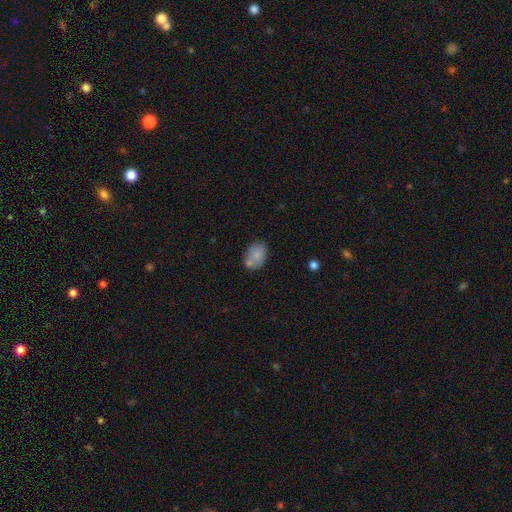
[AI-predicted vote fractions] The model was most divided on "merging": none: 56%, merger: 19%, minor disturbance: 19%, major disturbance: 6%. More confident: smooth or featured — smooth (78%); how rounded — in between (75%).